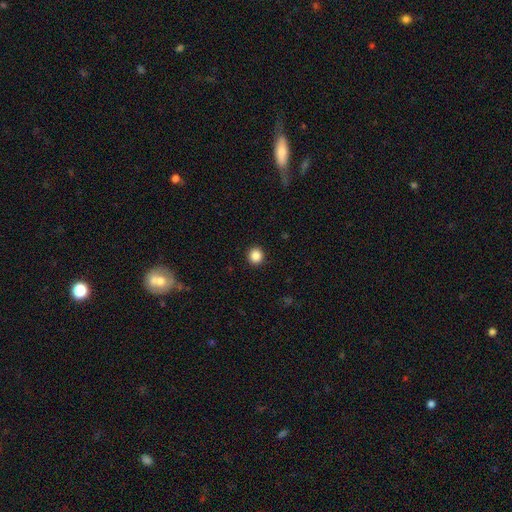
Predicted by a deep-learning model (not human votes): A smooth galaxy with no disk features (86%) that is round (92%). Merging: none (93%).